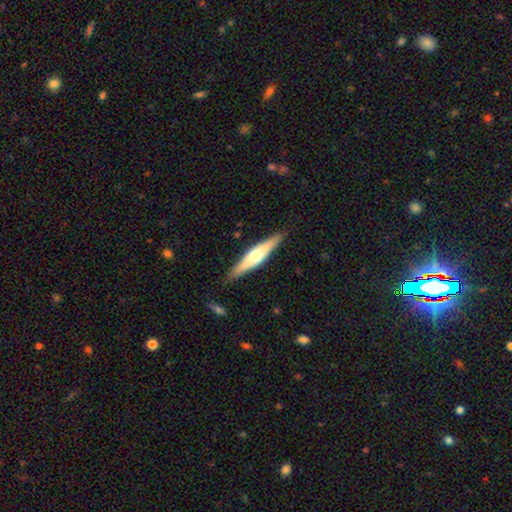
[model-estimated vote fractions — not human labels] smooth-or-featured: featured or disk: 61% | smooth: 34% | star or artifact: 5%
  disk-edge-on: yes: 95% | no: 5%
    edge-on-bulge: rounded: 90% | boxy: 6% | none: 3%
  merging: none: 88% | minor disturbance: 9% | major disturbance: 2% | merger: 1%